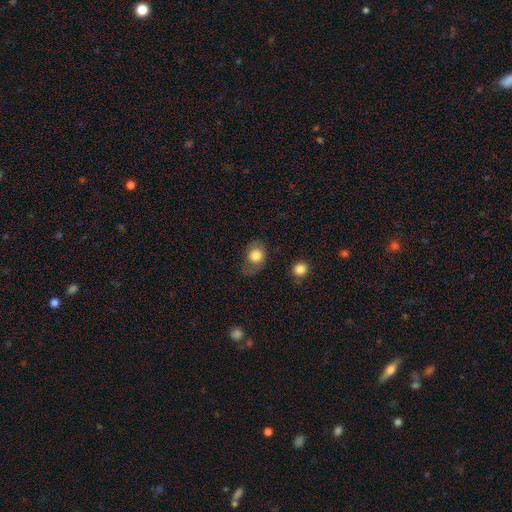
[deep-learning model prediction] smooth_or_featured: smooth (p=0.75) [alt: featured or disk p=0.16]
how_rounded: in between (p=0.50) [alt: round p=0.49]
merging: none (p=0.56) [alt: minor disturbance p=0.25]